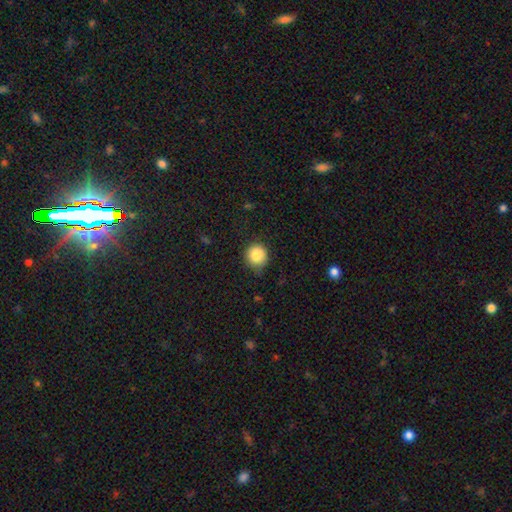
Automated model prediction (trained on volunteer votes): This appears to be a smooth galaxy with no disk features (84%) that is round (90%). Merging: none (71%).